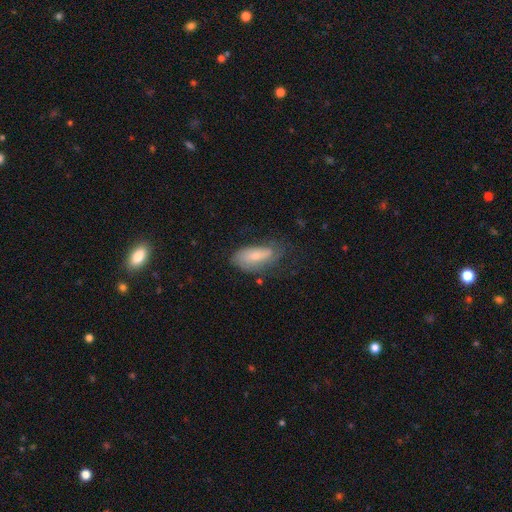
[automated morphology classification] A smooth galaxy with no disk features (59%) that is in between round and cigar-shaped (83%).

Vote fractions:
- Smooth or featured? smooth: 59% / featured or disk: 33% / star or artifact: 8%
- How rounded? in between: 83% / cigar-shaped: 14% / round: 3%
- Merging? none: 48% / minor disturbance: 32% / major disturbance: 17% / merger: 3%